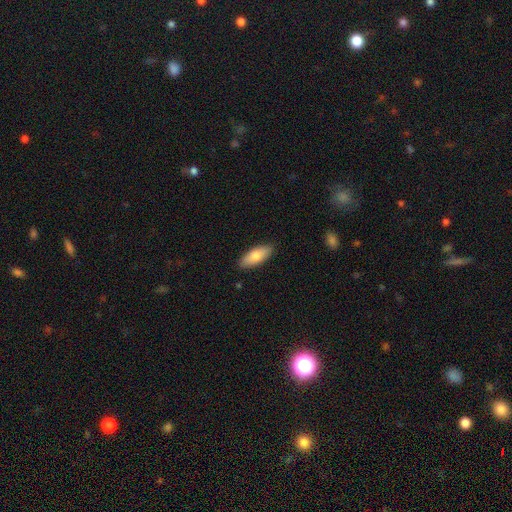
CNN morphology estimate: Smooth or featured? Predicted: smooth (p=0.77). How rounded? Predicted: in between (p=0.80). Merging? Predicted: none (p=0.88).